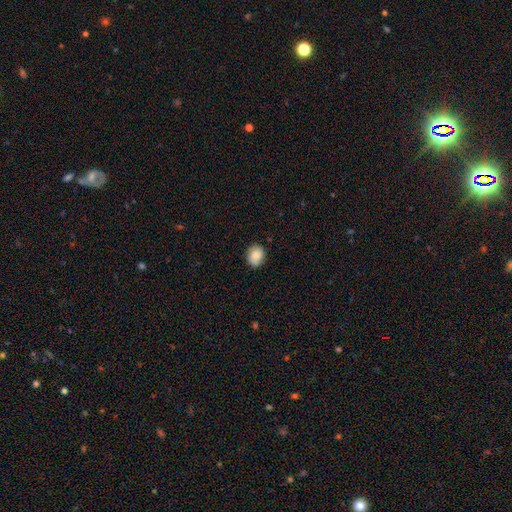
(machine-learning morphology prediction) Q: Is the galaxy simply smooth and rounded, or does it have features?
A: smooth — 83%.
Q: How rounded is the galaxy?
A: round — 64%.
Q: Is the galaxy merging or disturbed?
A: none — 83%.